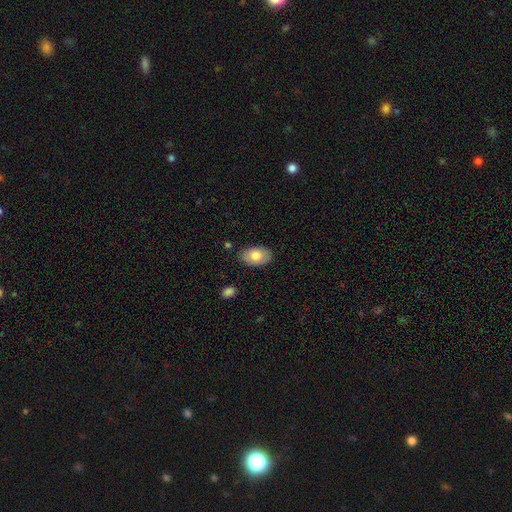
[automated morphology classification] type=smooth (78%); roundness=in between (91%); merging=none (85%).